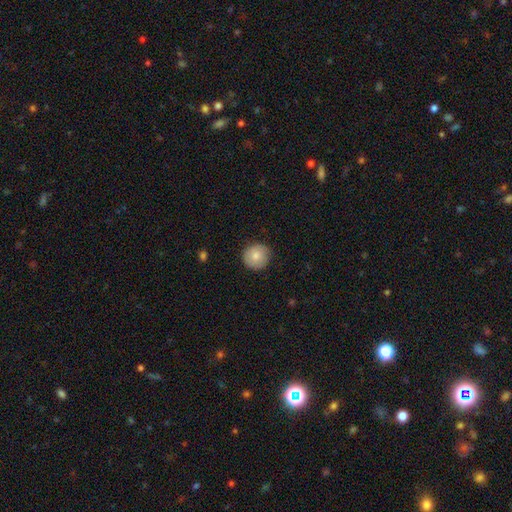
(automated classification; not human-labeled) Smooth or featured?
  - smooth: 82% *
  - featured or disk: 11%
  - star or artifact: 7%
How rounded?
  - round: 93% *
  - in between: 6%
  - cigar-shaped: 1%
Merging?
  - none: 86% *
  - minor disturbance: 11%
  - major disturbance: 2%
  - merger: 1%